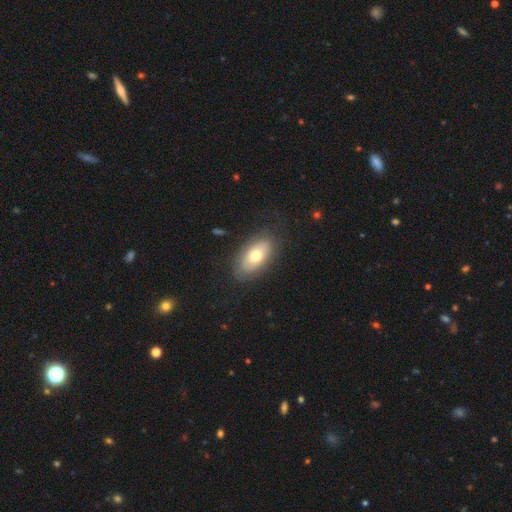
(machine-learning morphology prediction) type=smooth (63%); roundness=in between (92%); merging=none (77%).